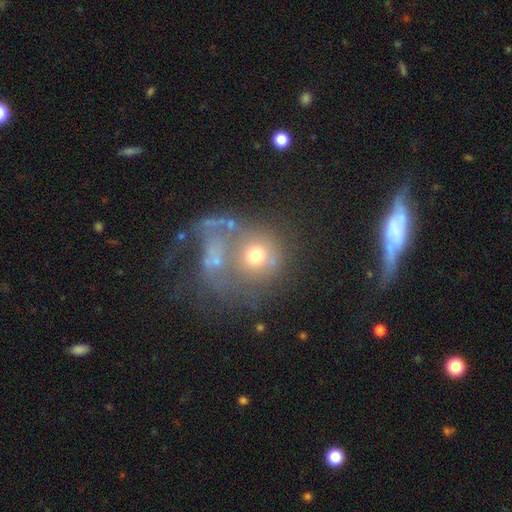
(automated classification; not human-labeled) smooth 54%, featured or disk 29%, star or artifact 17%. Down the decision tree: how rounded — round (81%); merging — merger (33%).